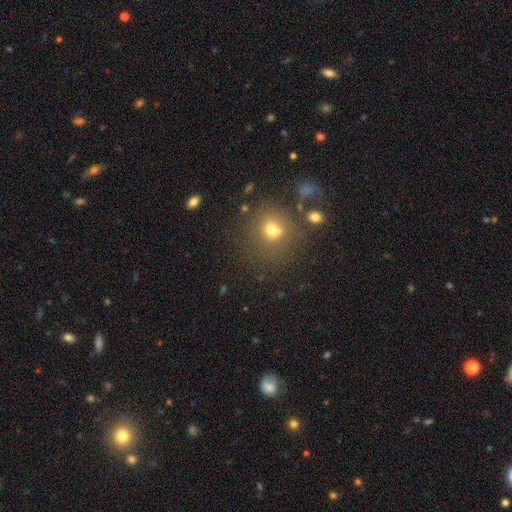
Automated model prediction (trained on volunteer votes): Q: Smooth or featured?
A: smooth (58%); runner-up: star or artifact (33%)
Q: How rounded?
A: round (92%); runner-up: in between (7%)
Q: Merging?
A: none (82%); runner-up: minor disturbance (8%)